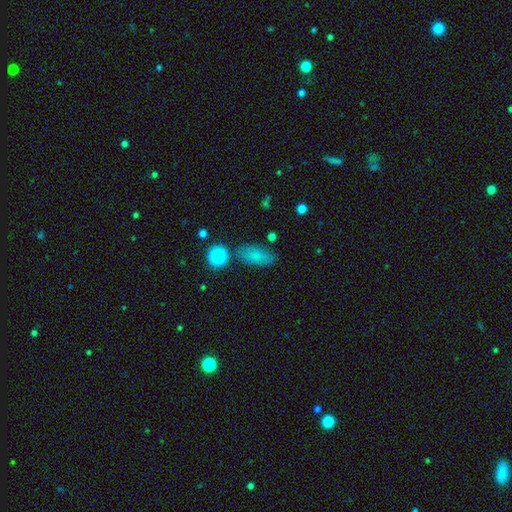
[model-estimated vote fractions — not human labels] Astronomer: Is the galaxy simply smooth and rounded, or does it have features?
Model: smooth — 80%.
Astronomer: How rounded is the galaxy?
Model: in between — 83%.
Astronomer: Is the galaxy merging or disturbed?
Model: none — 75%.